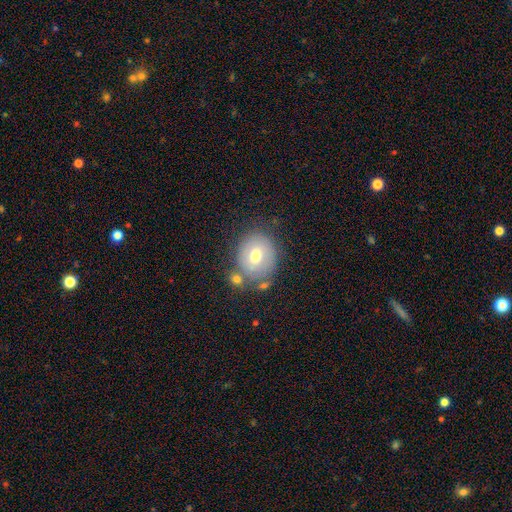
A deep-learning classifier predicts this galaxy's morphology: Smooth or featured? smooth (61%)
How rounded? round (68%)
Merging? none (67%)